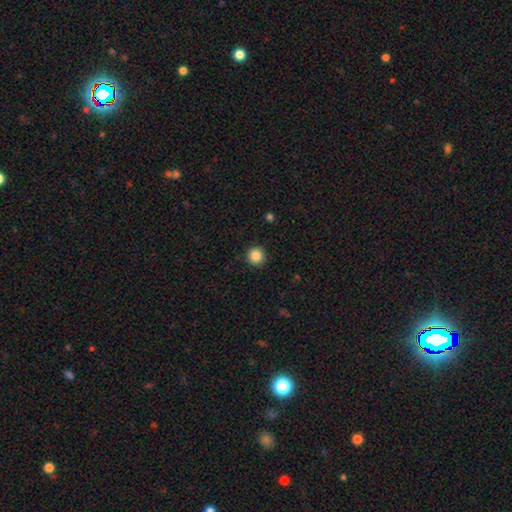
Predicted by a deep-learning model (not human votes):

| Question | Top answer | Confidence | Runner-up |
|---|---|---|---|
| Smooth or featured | smooth | 86% | star or artifact (10%) |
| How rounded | round | 95% | in between (4%) |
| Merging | none | 92% | minor disturbance (5%) |